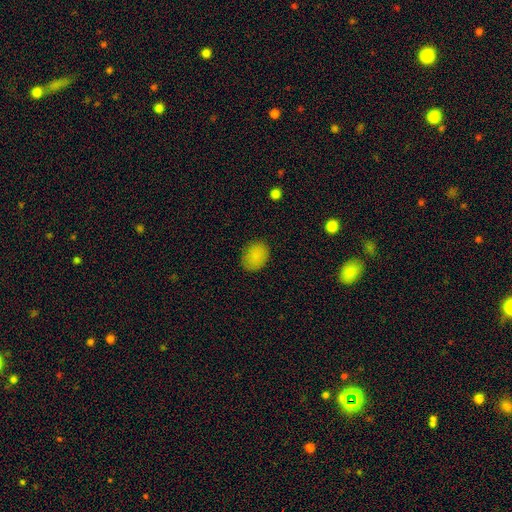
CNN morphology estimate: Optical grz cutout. It shows a smooth galaxy with no disk features (86%) that is in between round and cigar-shaped (64%). Merging: none (84%).